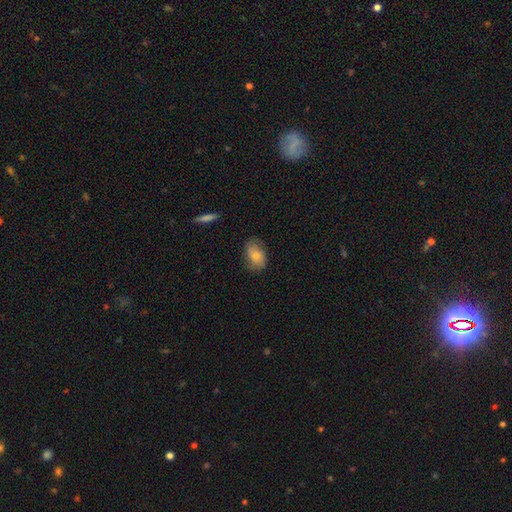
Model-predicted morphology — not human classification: The model was most divided on "merging": none: 72%, minor disturbance: 21%, major disturbance: 5%, merger: 1%. More confident: how rounded — in between (87%); smooth or featured — smooth (73%).